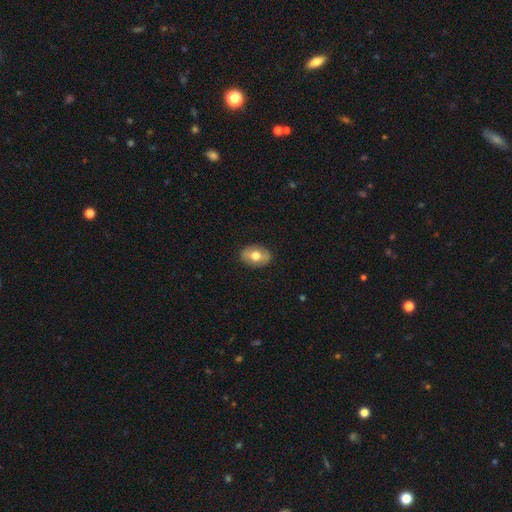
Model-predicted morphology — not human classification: Q: Smooth or featured?
A: smooth (63%); runner-up: featured or disk (30%)
Q: How rounded?
A: in between (78%); runner-up: round (21%)
Q: Merging?
A: none (86%); runner-up: minor disturbance (11%)